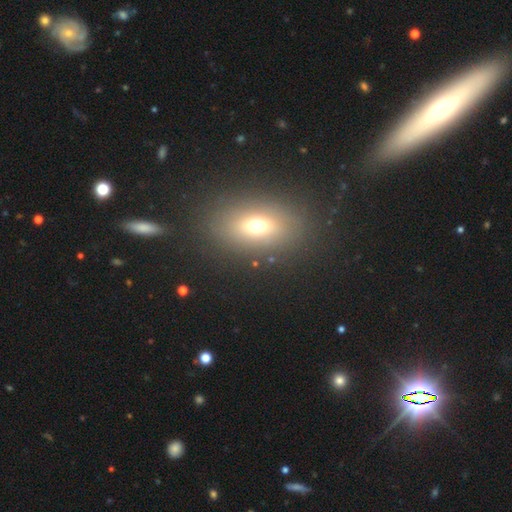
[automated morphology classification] Q: Smooth or featured?
A: smooth (57%); runner-up: star or artifact (24%)
Q: How rounded?
A: in between (75%); runner-up: round (17%)
Q: Merging?
A: none (85%); runner-up: minor disturbance (9%)